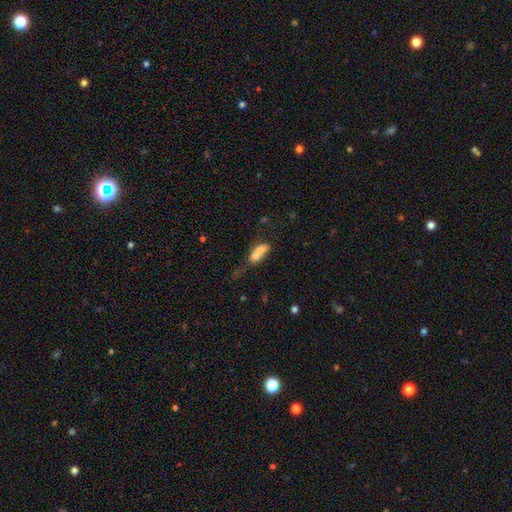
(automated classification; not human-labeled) Overall: smooth (65%). How rounded: in between (66%). Merging: merger (69%).